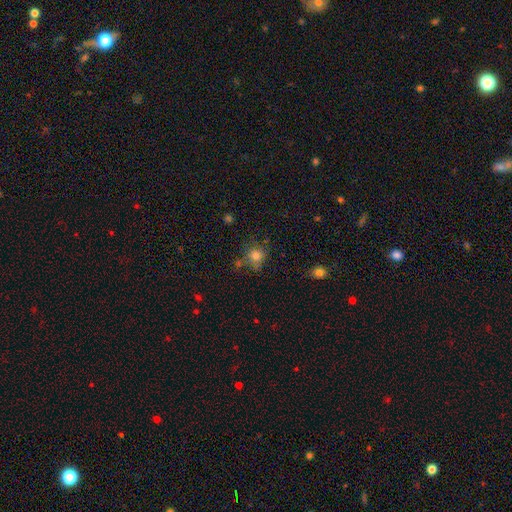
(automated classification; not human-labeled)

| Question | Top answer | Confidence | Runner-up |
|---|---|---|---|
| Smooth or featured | smooth | 78% | star or artifact (14%) |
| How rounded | round | 86% | in between (13%) |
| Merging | none | 69% | minor disturbance (17%) |